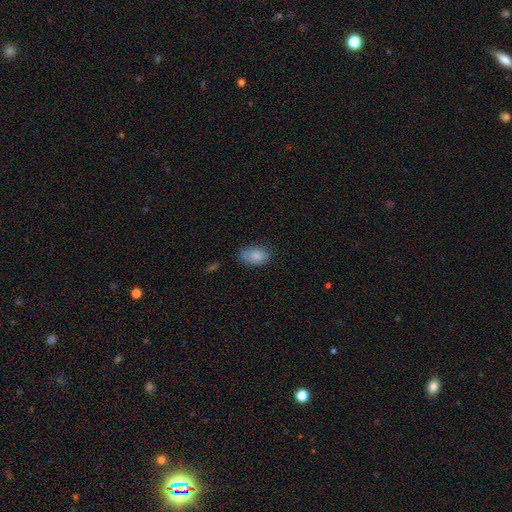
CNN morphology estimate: smooth 85%, star or artifact 8%, featured or disk 7%. Down the decision tree: how rounded — in between (90%); merging — none (71%).